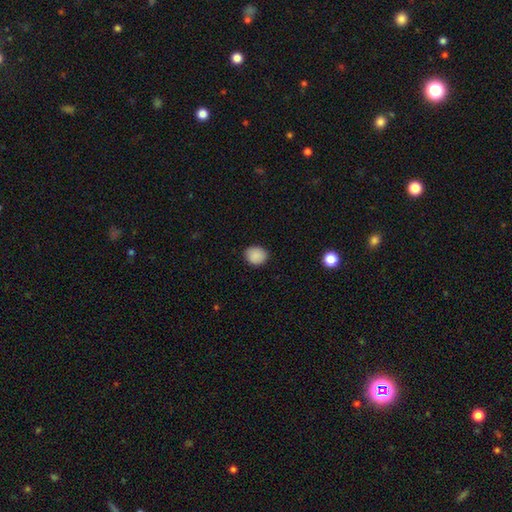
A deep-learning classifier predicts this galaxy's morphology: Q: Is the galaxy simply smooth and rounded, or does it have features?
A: smooth — 89%.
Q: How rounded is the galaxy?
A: round — 65%.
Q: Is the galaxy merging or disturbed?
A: none — 85%.